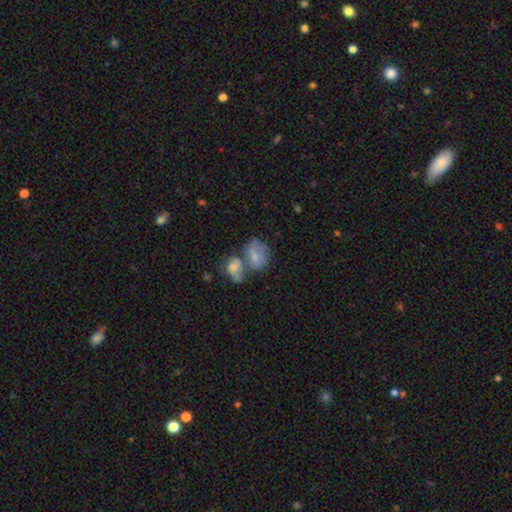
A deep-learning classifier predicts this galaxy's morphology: Smooth or featured?
  - smooth: 63% *
  - featured or disk: 28%
  - star or artifact: 9%
How rounded?
  - in between: 62% *
  - round: 37%
  - cigar-shaped: 1%
Merging?
  - merger: 56% *
  - none: 22%
  - minor disturbance: 13%
  - major disturbance: 10%